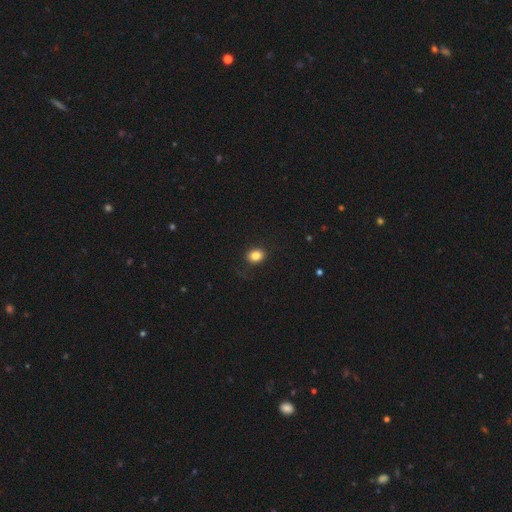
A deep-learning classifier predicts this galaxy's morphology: smooth 84%, star or artifact 10%, featured or disk 6%. Down the decision tree: how rounded — in between (51%); merging — none (85%).